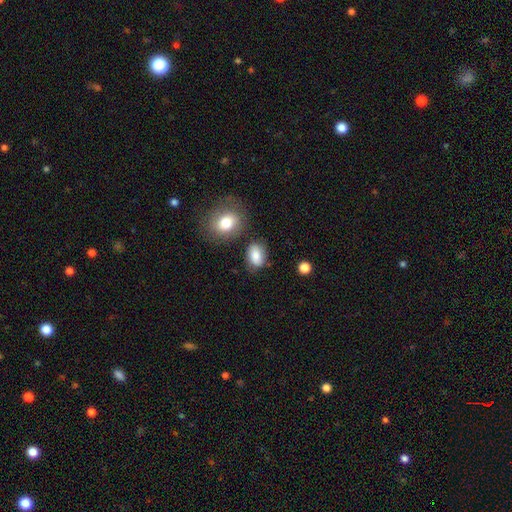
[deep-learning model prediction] Morphology: type=smooth (81%); roundness=in between (81%); merging=none (68%).